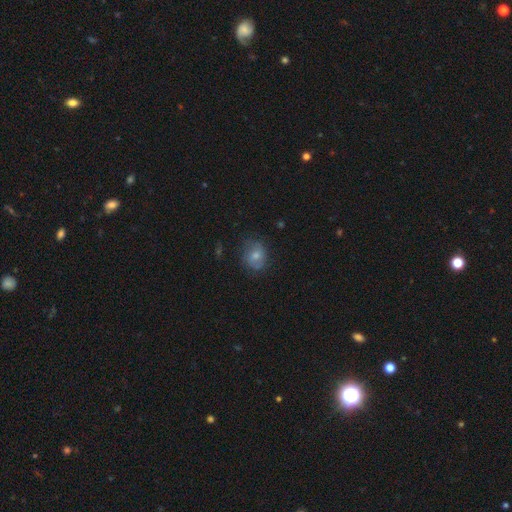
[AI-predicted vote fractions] smooth_or_featured: smooth (p=0.63) [alt: featured or disk p=0.27]
how_rounded: round (p=0.58) [alt: in between p=0.41]
merging: none (p=0.64) [alt: minor disturbance p=0.24]